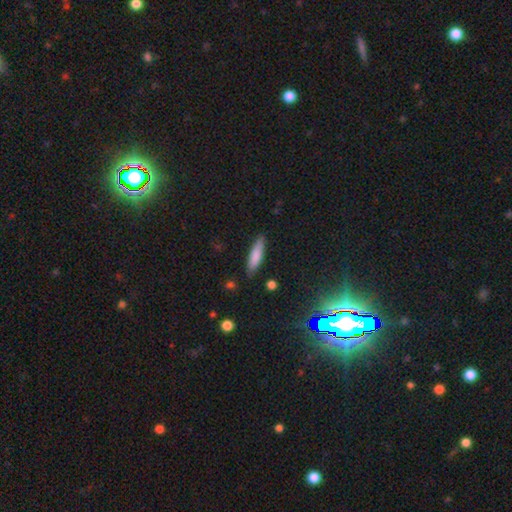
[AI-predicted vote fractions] This appears to be a smooth galaxy with no disk features (80%) that is cigar-shaped (72%). Merging: none (85%).